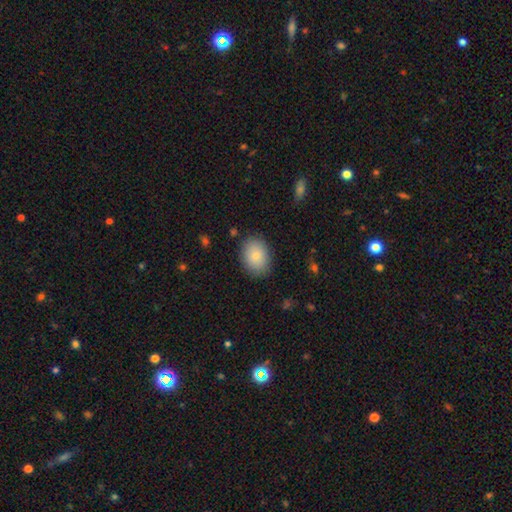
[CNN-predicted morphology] smooth-or-featured: smooth: 83% | featured or disk: 9% | star or artifact: 8%
  how-rounded: in between: 68% | round: 31% | cigar-shaped: 1%
  merging: none: 85% | minor disturbance: 11% | major disturbance: 3% | merger: 1%